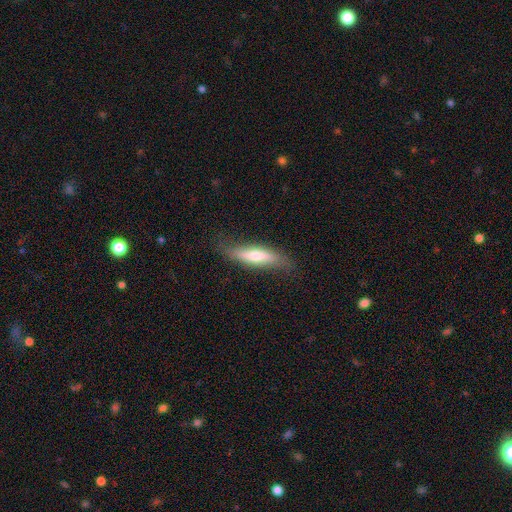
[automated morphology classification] A smooth galaxy with no disk features (52%) that is cigar-shaped (72%).

Vote fractions:
- Smooth or featured? smooth: 52% / featured or disk: 41% / star or artifact: 7%
- How rounded? cigar-shaped: 72% / in between: 26% / round: 2%
- Merging? none: 71% / minor disturbance: 22% / major disturbance: 6% / merger: 1%